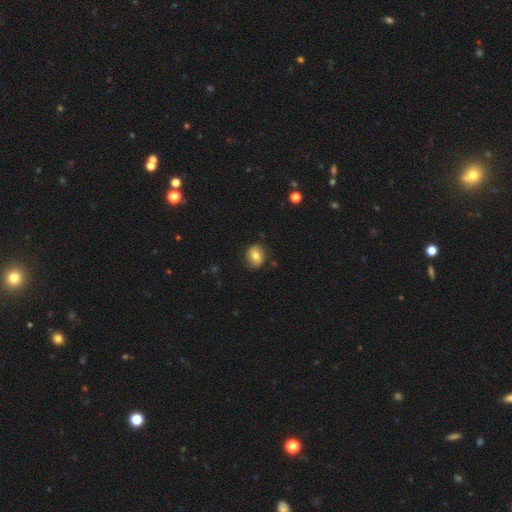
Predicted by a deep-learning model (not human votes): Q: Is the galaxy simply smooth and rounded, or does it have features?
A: smooth — 67%.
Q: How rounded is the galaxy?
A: round — 58%.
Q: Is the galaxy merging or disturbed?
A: none — 81%.